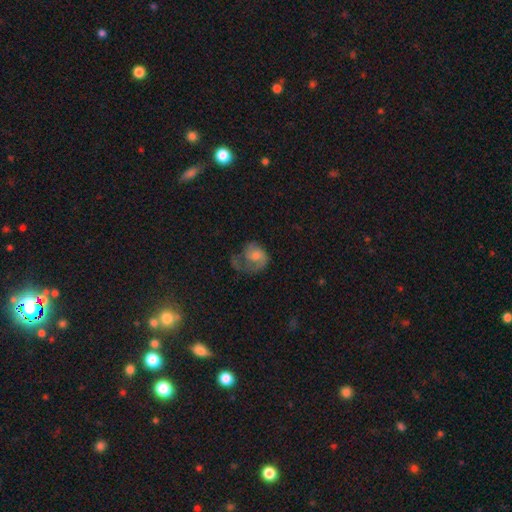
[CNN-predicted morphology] Smooth or featured? Predicted: featured or disk (p=0.49). Merging? Predicted: major disturbance (p=0.47).